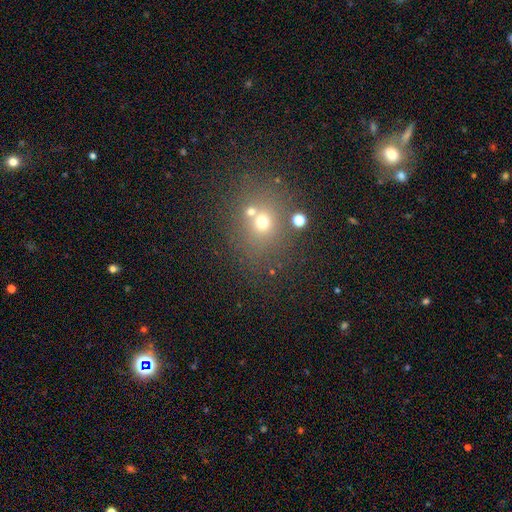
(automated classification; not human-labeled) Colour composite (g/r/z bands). It shows a smooth galaxy with no disk features (45%). Merging: none (72%).